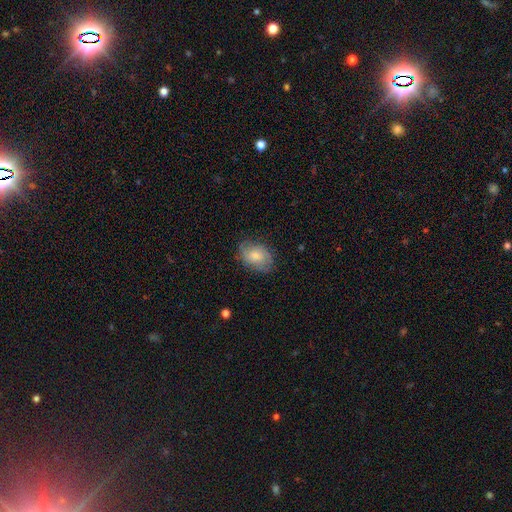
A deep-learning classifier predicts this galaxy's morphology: A smooth galaxy with no disk features (66%) that is in between round and cigar-shaped (75%). Merging: none (72%).